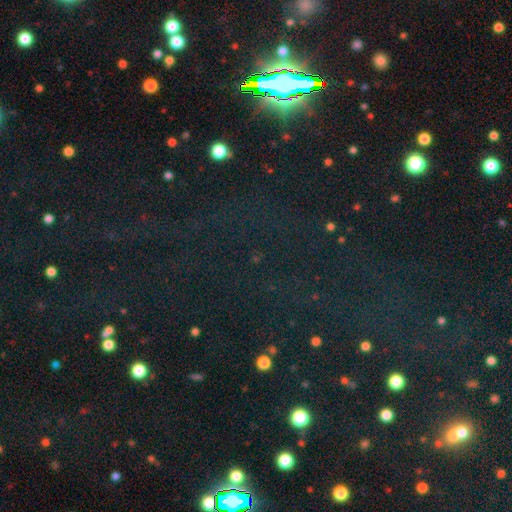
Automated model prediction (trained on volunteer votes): This is likely a star or artifact rather than a galaxy (79%).